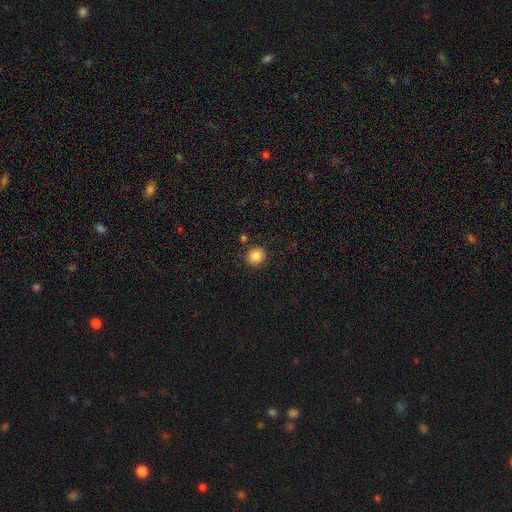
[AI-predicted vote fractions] Smooth or featured: smooth — 85% (star or artifact — 10%)
How rounded: round — 88% (in between — 11%)
Merging: none — 86% (minor disturbance — 8%)